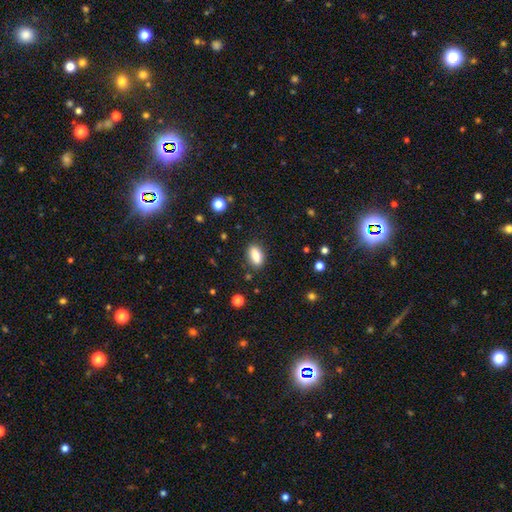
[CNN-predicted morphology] Q: Smooth or featured?
A: smooth (86%); runner-up: star or artifact (8%)
Q: How rounded?
A: in between (85%); runner-up: cigar-shaped (10%)
Q: Merging?
A: none (84%); runner-up: minor disturbance (11%)